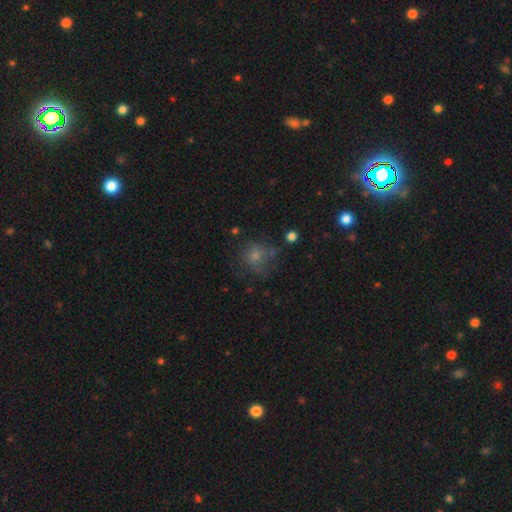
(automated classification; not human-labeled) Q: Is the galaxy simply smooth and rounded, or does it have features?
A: smooth — 56%.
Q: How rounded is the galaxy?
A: round — 81%.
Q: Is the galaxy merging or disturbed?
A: none — 61%.